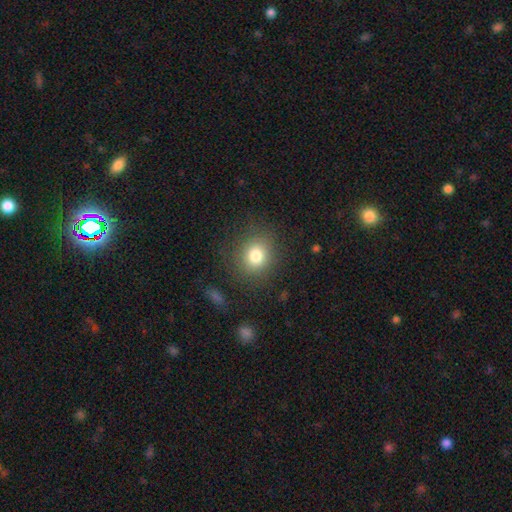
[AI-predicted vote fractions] This appears to be a smooth galaxy with no disk features (80%) that is round (77%). Merging: none (83%).